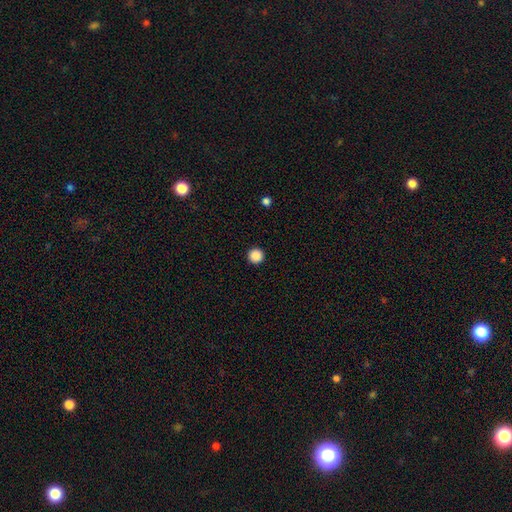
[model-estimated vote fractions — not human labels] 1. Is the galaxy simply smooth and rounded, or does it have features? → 88% smooth, 10% star or artifact, 2% featured or disk.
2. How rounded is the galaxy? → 97% round, 2% in between, 1% cigar-shaped.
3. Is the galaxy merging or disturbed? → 94% none, 4% minor disturbance, 1% major disturbance, 1% merger.